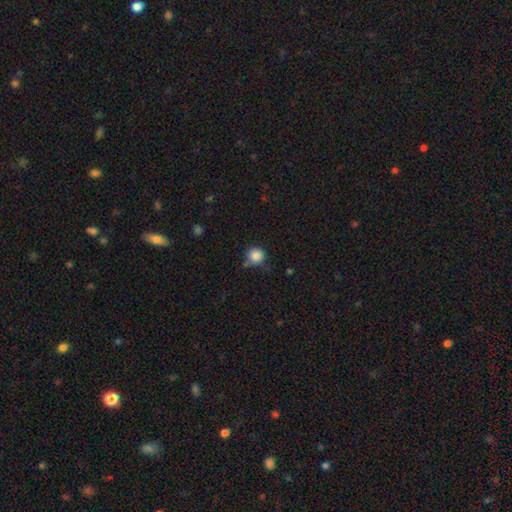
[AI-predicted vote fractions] Smooth or featured? smooth (85%)
How rounded? round (92%)
Merging? none (65%)